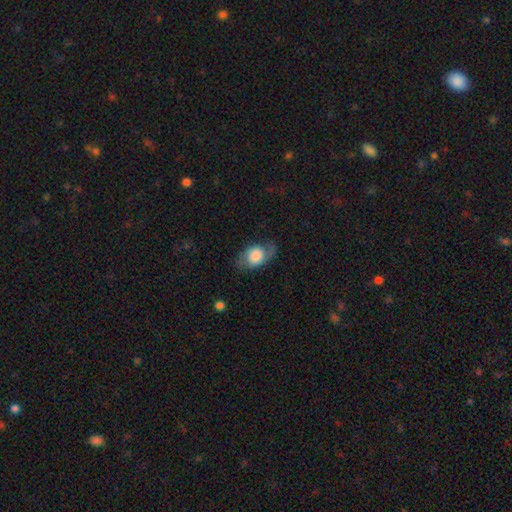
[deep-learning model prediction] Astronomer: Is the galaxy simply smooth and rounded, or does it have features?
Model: smooth — 55% (runner-up: featured or disk, 38%).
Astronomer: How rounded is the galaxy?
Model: in between — 74%.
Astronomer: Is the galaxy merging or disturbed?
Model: none — 69%.